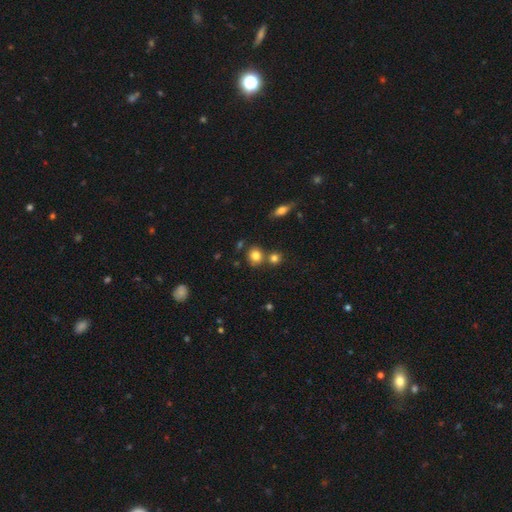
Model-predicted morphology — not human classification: smooth_or_featured: smooth (p=0.80) [alt: star or artifact p=0.12]
how_rounded: round (p=0.75) [alt: in between p=0.24]
merging: none (p=0.67) [alt: merger p=0.20]